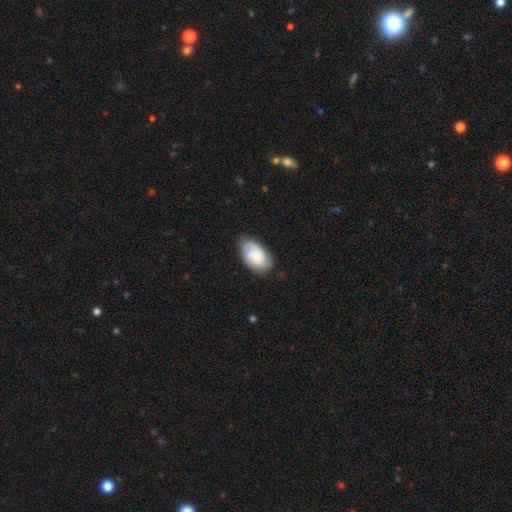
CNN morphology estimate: Overall: smooth (63%; featured or disk 31%). How rounded: in between (92%). Merging: none (71%).